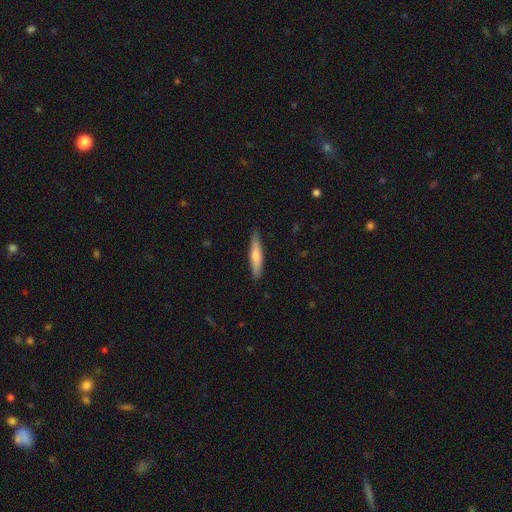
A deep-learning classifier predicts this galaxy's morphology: Smooth or featured?
  - smooth: 57% *
  - featured or disk: 37%
  - star or artifact: 6%
How rounded?
  - cigar-shaped: 89% *
  - in between: 9%
  - round: 1%
Merging?
  - none: 89% *
  - minor disturbance: 8%
  - major disturbance: 1%
  - merger: 1%